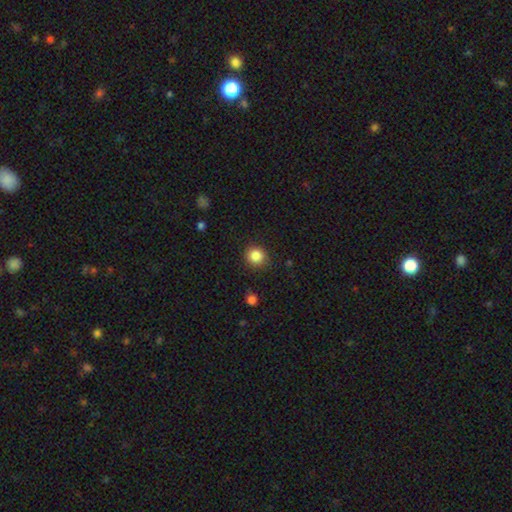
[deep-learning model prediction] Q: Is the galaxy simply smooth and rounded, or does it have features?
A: smooth — 85%.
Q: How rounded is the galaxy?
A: round — 91%.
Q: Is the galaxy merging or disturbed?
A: none — 88%.